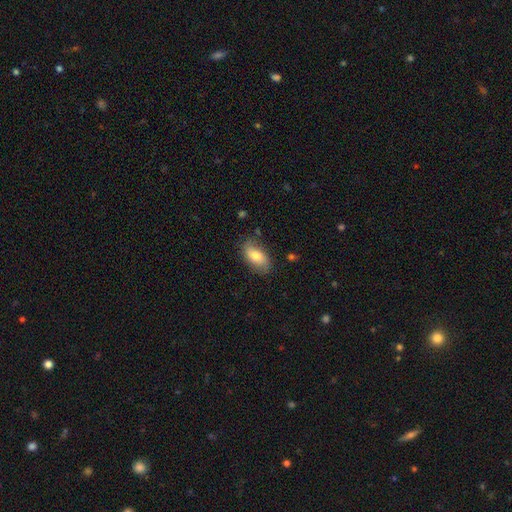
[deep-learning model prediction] smooth-or-featured: smooth: 72% | featured or disk: 21% | star or artifact: 7%
  how-rounded: in between: 91% | cigar-shaped: 4% | round: 4%
  merging: none: 75% | minor disturbance: 19% | major disturbance: 5% | merger: 2%